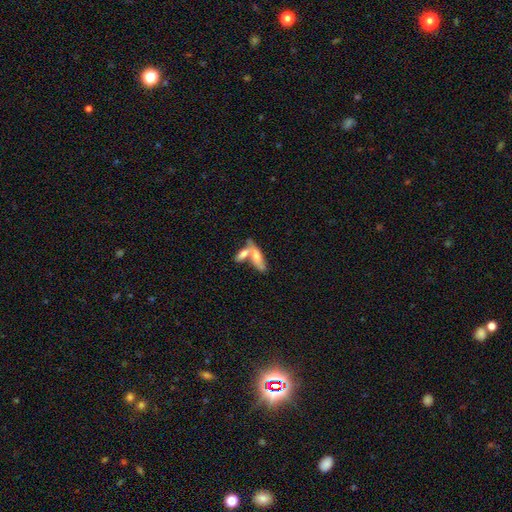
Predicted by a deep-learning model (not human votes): This appears to be a smooth galaxy with no disk features (54%) that is in between round and cigar-shaped (52%). Merging: merger (52%).